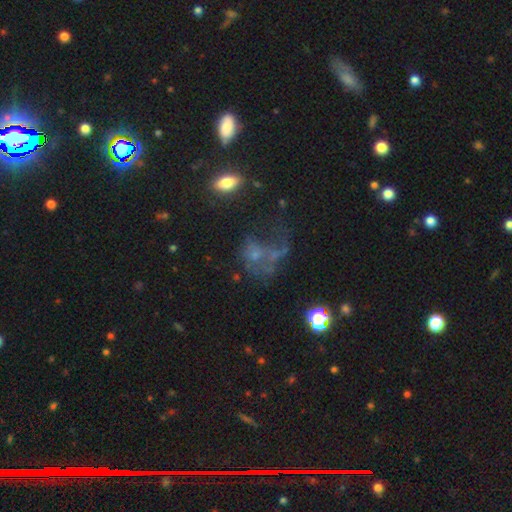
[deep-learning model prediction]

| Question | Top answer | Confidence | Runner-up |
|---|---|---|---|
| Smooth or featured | featured or disk | 39% | smooth (34%) |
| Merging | major disturbance | 43% | none (29%) |